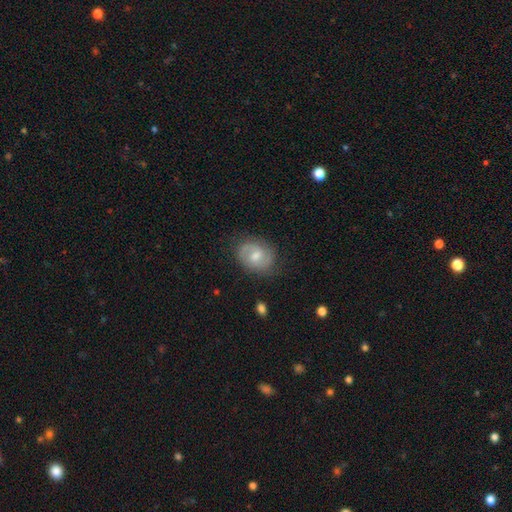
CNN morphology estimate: Overall: featured or disk (62%; smooth 32%). Edge-on disk: no (97%). Bar: weak (57%; no 33%). Spiral arms: yes (87%). Spiral arm count: 2 (81%). Spiral winding: medium (49%; tight 31%). Bulge size: moderate (60%; small 30%). Merging: none (76%).